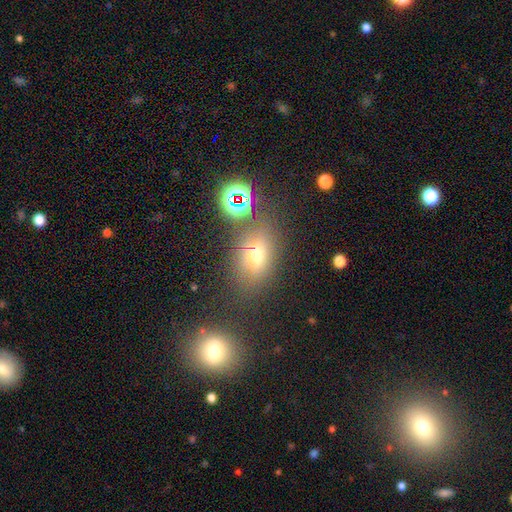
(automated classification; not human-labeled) This appears to be a smooth galaxy with no disk features (55%) that is in between round and cigar-shaped (70%). Merging: none (74%).